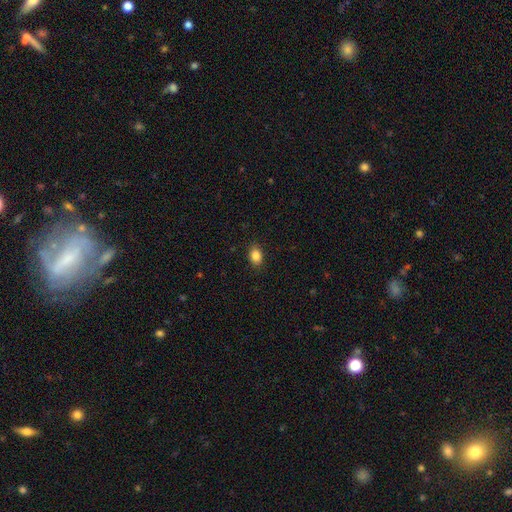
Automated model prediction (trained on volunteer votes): The model was most divided on "how rounded": in between: 74%, round: 25%, cigar-shaped: 1%. More confident: merging — none (88%); smooth or featured — smooth (86%).